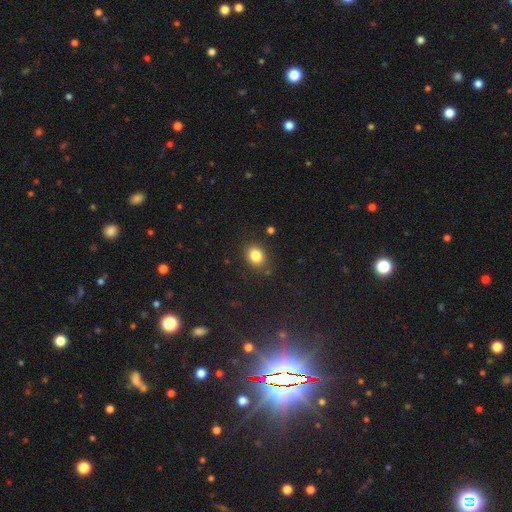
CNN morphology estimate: Smooth or featured? smooth (84%)
How rounded? in between (53%)
Merging? none (85%)